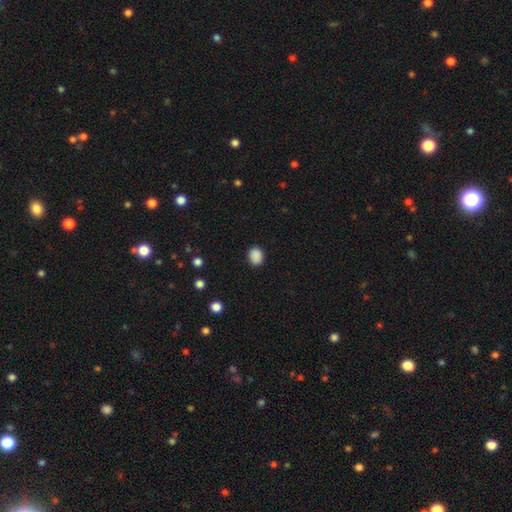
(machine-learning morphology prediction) Smooth or featured? Predicted: smooth (p=0.88). How rounded? Predicted: round (p=0.58). Merging? Predicted: none (p=0.88).